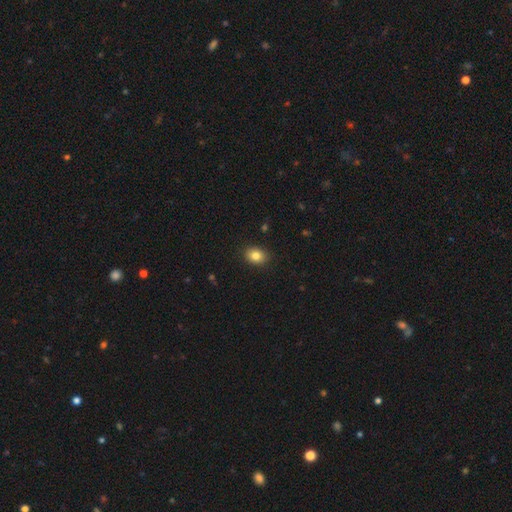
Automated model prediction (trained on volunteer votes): Smooth or featured? smooth (84%)
How rounded? in between (63%)
Merging? none (89%)